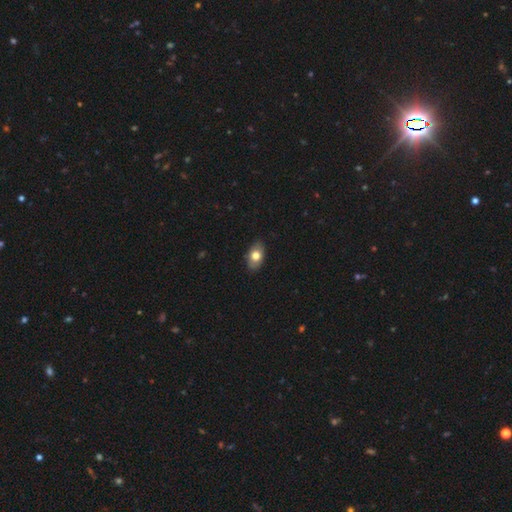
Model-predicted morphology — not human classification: Smooth or featured: smooth — 73% (featured or disk — 20%)
How rounded: in between — 90% (round — 9%)
Merging: none — 86% (minor disturbance — 11%)